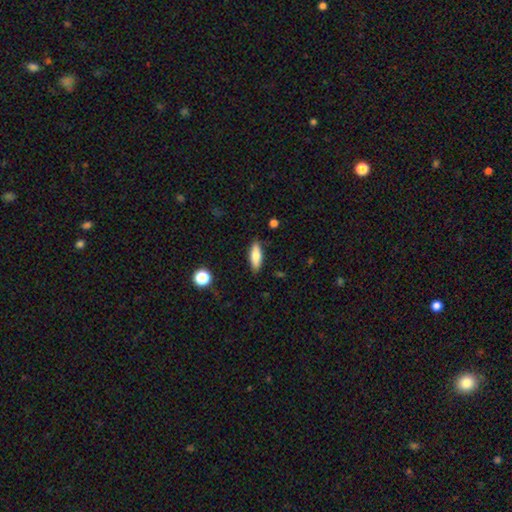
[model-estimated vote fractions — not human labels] Smooth or featured: smooth — 78% (featured or disk — 15%)
How rounded: in between — 63% (cigar-shaped — 35%)
Merging: none — 85% (minor disturbance — 11%)